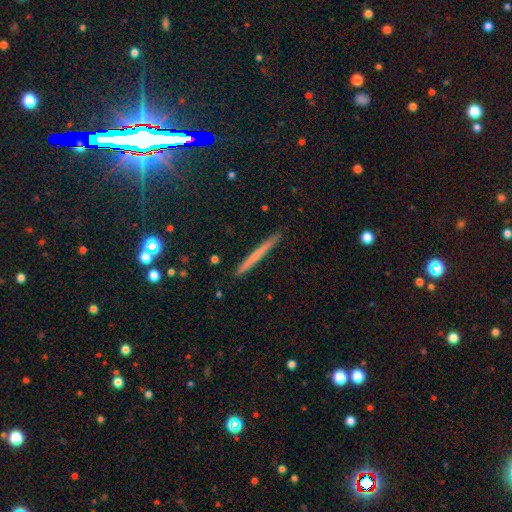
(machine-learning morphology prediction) A smooth galaxy with no disk features (55%) that is cigar-shaped (97%). Merging: none (91%).